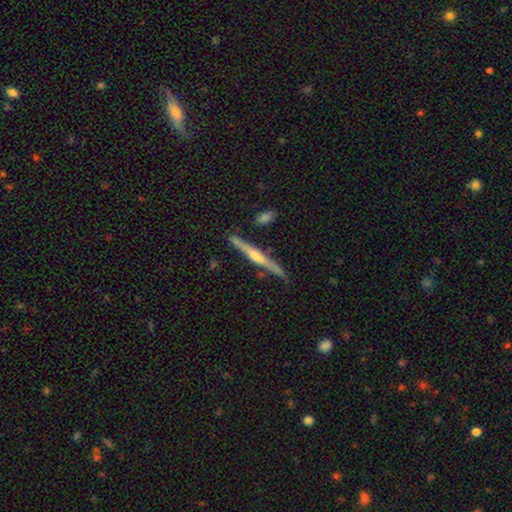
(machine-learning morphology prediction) type=featured or disk (81%); edge-on=yes (98%); edge-on bulge=rounded (85%); merging=none (88%).